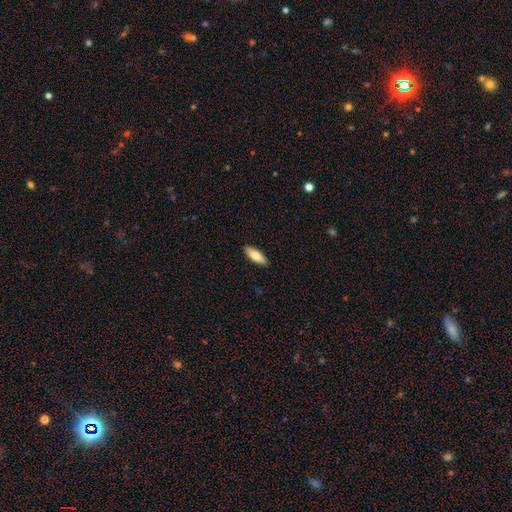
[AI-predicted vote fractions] A smooth galaxy with no disk features (76%) that is in between round and cigar-shaped (67%). Merging: none (90%).